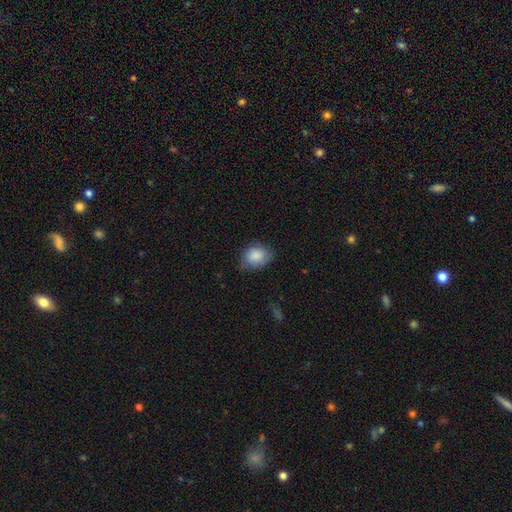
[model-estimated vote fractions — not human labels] A smooth galaxy with no disk features (86%) that is in between round and cigar-shaped (62%). Merging: none (70%).